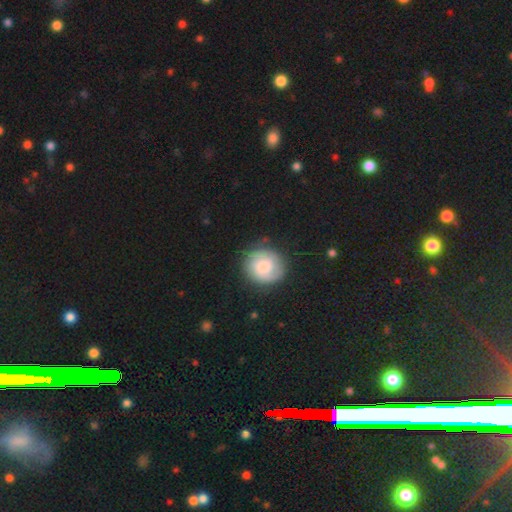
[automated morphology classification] A smooth galaxy with no disk features (54%) that is round (88%).

Vote fractions:
- Smooth or featured? smooth: 54% / featured or disk: 31% / star or artifact: 15%
- How rounded? round: 88% / in between: 11% / cigar-shaped: 1%
- Merging? none: 81% / minor disturbance: 14% / major disturbance: 4% / merger: 1%